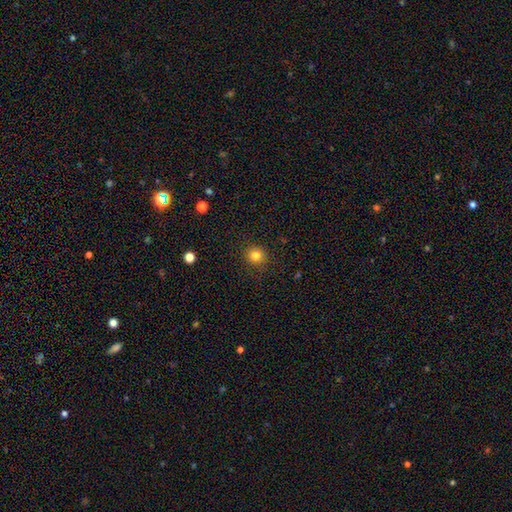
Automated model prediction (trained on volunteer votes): Smooth or featured? Predicted: smooth (p=0.82). How rounded? Predicted: round (p=0.92). Merging? Predicted: none (p=0.90).